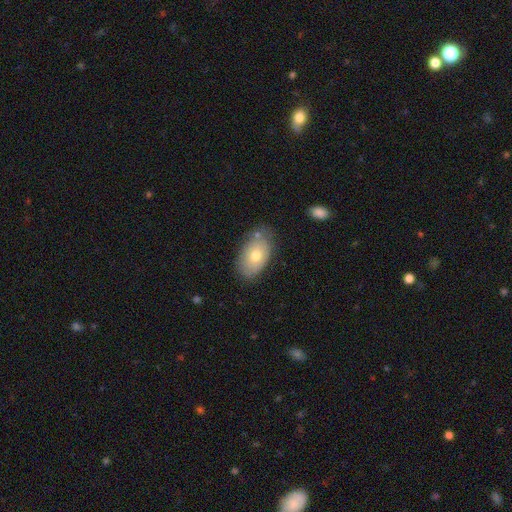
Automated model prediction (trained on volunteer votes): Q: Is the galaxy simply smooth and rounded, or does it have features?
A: smooth — 71%.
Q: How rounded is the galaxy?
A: in between — 91%.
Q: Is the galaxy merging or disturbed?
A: none — 70%.